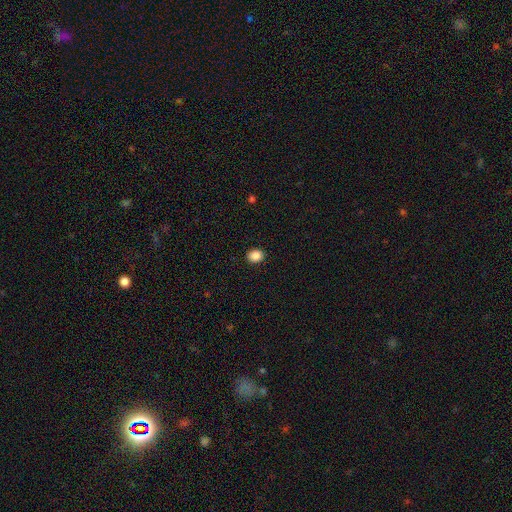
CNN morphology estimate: This appears to be a smooth galaxy with no disk features (87%) that is round (60%). Merging: none (91%).